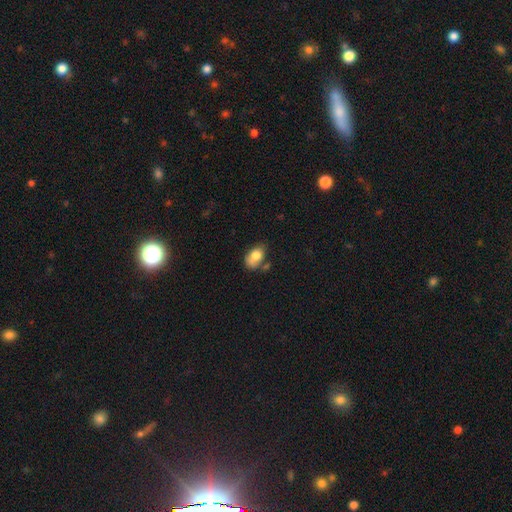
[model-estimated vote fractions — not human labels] smooth_or_featured: smooth (p=0.76) [alt: featured or disk p=0.16]
how_rounded: in between (p=0.83) [alt: round p=0.15]
merging: none (p=0.40) [alt: minor disturbance p=0.29]